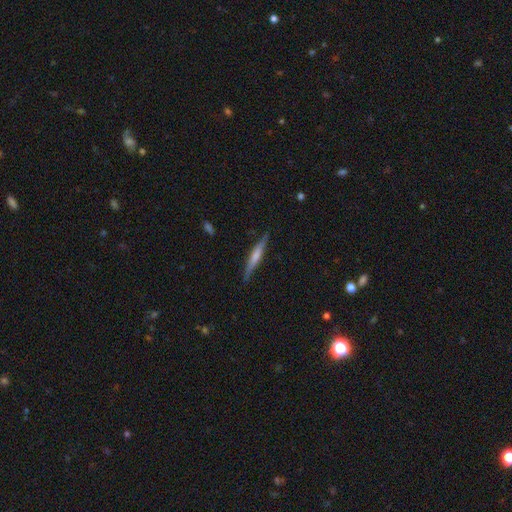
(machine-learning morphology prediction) smooth 48%, featured or disk 47%, star or artifact 6%. Down the decision tree: merging — none (87%).